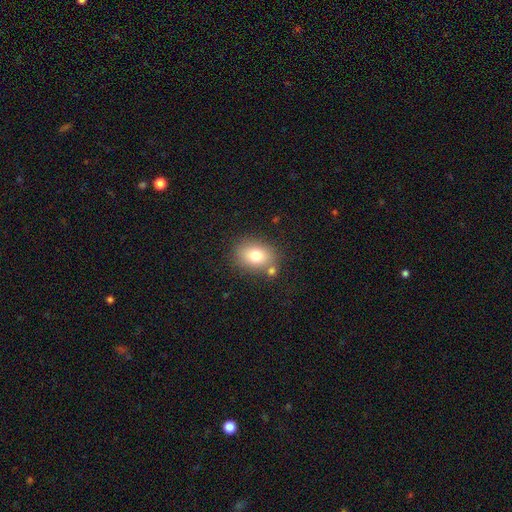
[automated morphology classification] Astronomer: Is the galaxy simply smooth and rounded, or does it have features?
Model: smooth — 77%.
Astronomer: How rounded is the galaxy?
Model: in between — 65%.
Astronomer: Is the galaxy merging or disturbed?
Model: none — 73%.